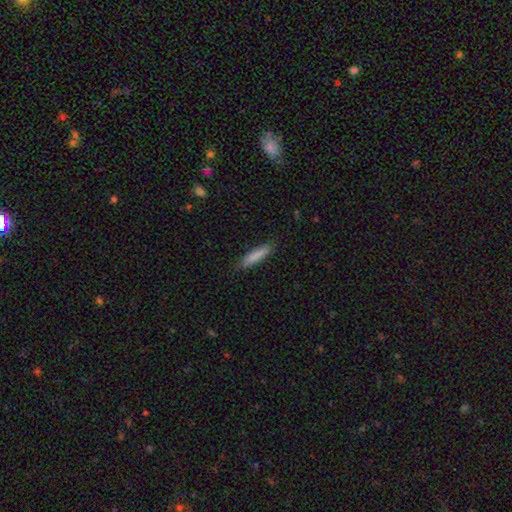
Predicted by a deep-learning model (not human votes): Smooth or featured?
  - smooth: 84% *
  - featured or disk: 10%
  - star or artifact: 6%
How rounded?
  - cigar-shaped: 84% *
  - in between: 15%
  - round: 1%
Merging?
  - none: 84% *
  - minor disturbance: 12%
  - major disturbance: 2%
  - merger: 1%